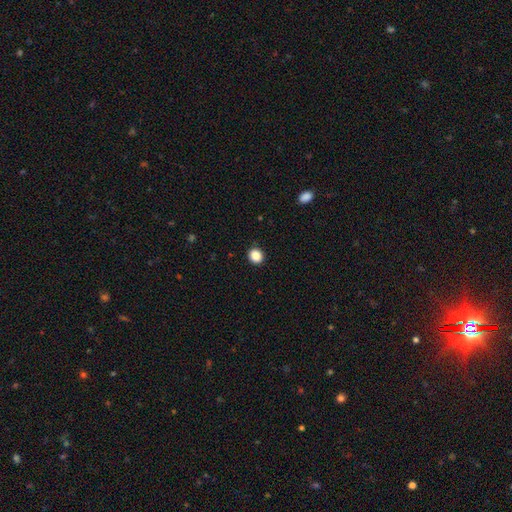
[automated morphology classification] Smooth or featured? smooth (87%)
How rounded? round (82%)
Merging? none (91%)